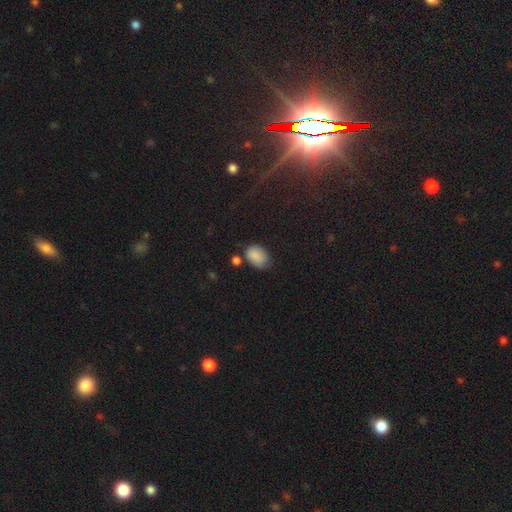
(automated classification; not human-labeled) This is clearly a smooth galaxy (85%). How rounded: clearly in between (81%). Merging: possibly none (56%).